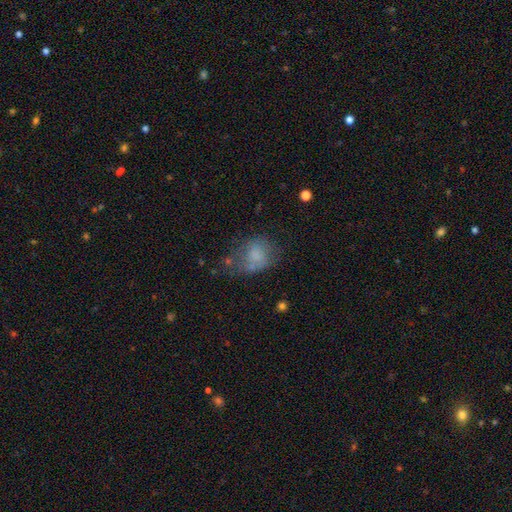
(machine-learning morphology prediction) Smooth or featured? Predicted: smooth (p=0.65). How rounded? Predicted: in between (p=0.56). Merging? Predicted: none (p=0.38).